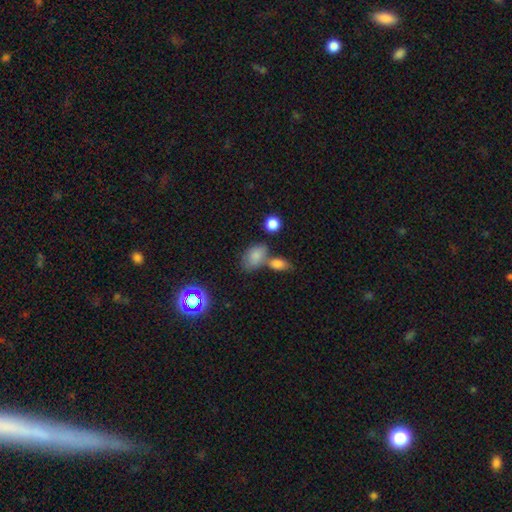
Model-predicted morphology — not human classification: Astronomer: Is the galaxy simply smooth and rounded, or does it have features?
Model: smooth — 79%.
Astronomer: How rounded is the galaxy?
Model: in between — 88%.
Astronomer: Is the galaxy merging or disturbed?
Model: none — 45% (runner-up: merger, 35%).